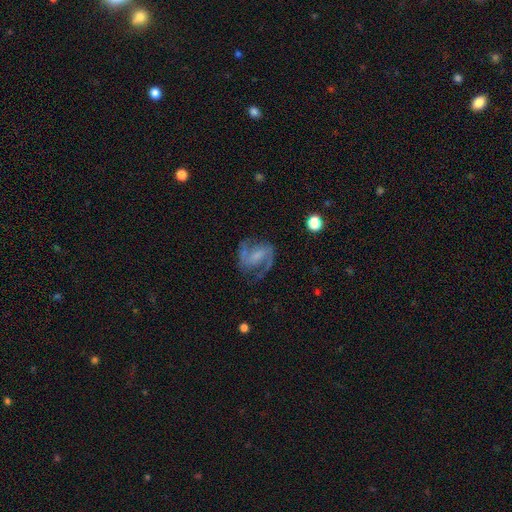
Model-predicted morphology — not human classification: Smooth or featured? Predicted: featured or disk (p=0.85). Edge-on disk? Predicted: no (p=0.98). Bar? Predicted: weak (p=0.45). Spiral arms? Predicted: yes (p=0.96). Spiral winding? Predicted: medium (p=0.57). Spiral arm count? Predicted: 2 (p=0.90). Bulge size? Predicted: small (p=0.37). Merging? Predicted: none (p=0.70).